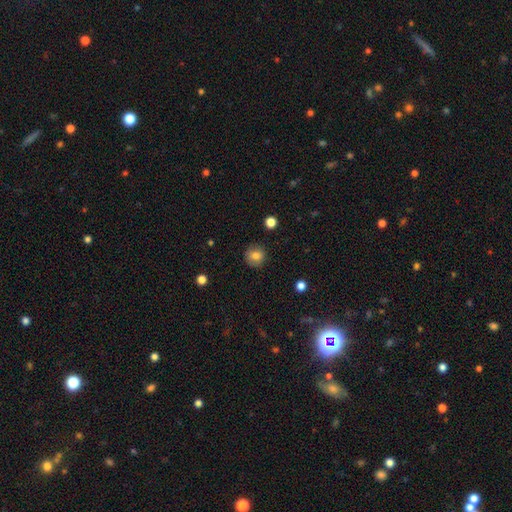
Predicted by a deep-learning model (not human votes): A smooth galaxy with no disk features (81%) that is round (90%). Merging: none (87%).